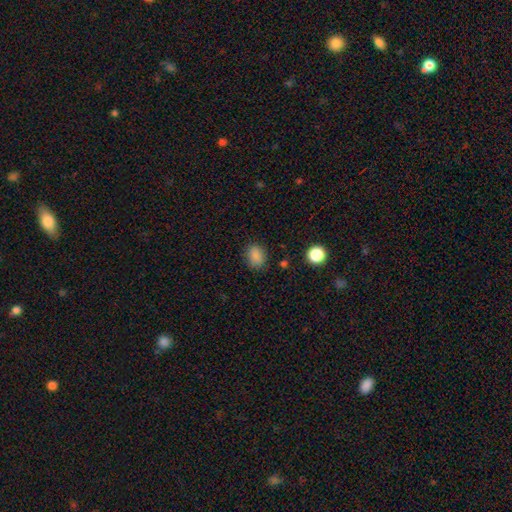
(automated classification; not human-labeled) smooth 85%, star or artifact 11%, featured or disk 4%. Down the decision tree: how rounded — in between (59%); merging — none (82%).